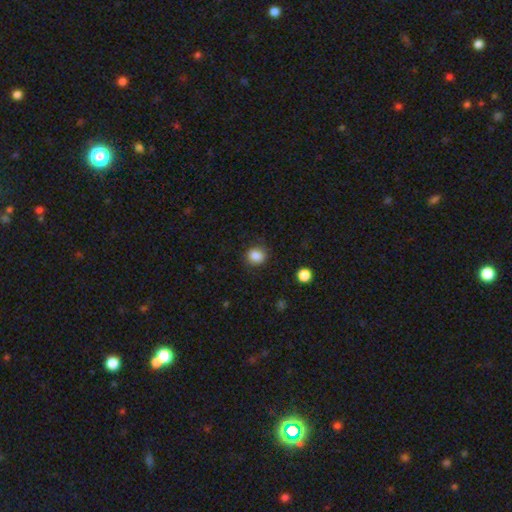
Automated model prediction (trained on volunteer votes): A smooth galaxy with no disk features (86%) that is round (75%).

Vote fractions:
- Smooth or featured? smooth: 86% / star or artifact: 10% / featured or disk: 4%
- How rounded? round: 75% / in between: 24% / cigar-shaped: 1%
- Merging? none: 83% / minor disturbance: 12% / major disturbance: 4% / merger: 1%